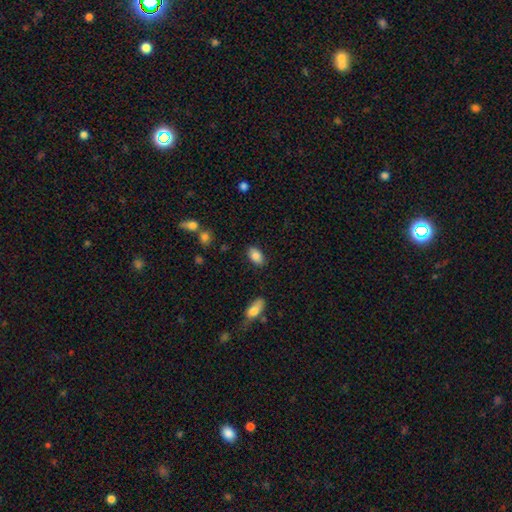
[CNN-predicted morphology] Q: Smooth or featured?
A: smooth (84%); runner-up: featured or disk (8%)
Q: How rounded?
A: in between (92%); runner-up: round (6%)
Q: Merging?
A: none (85%); runner-up: minor disturbance (11%)